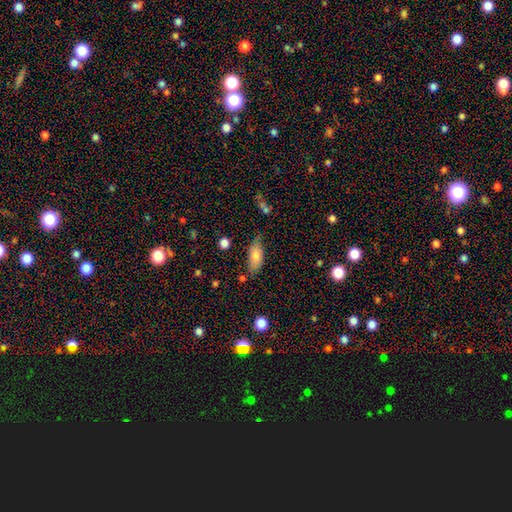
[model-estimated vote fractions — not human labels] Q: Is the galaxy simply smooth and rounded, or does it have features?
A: smooth — 76%.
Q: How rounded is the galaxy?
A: in between — 83%.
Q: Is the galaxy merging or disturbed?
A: none — 62%.